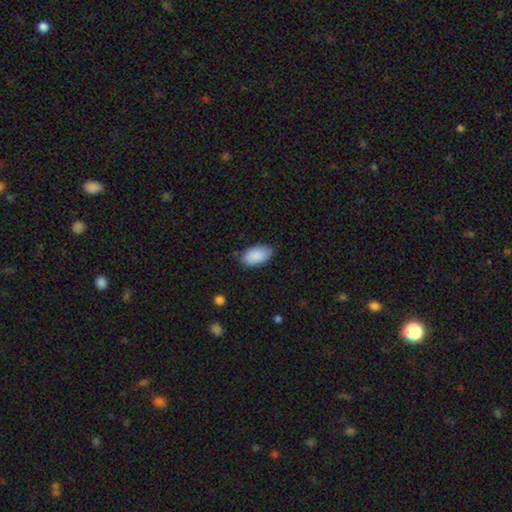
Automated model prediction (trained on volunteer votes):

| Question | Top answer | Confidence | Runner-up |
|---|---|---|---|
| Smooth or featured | smooth | 90% | star or artifact (6%) |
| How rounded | in between | 95% | round (3%) |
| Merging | none | 81% | minor disturbance (15%) |